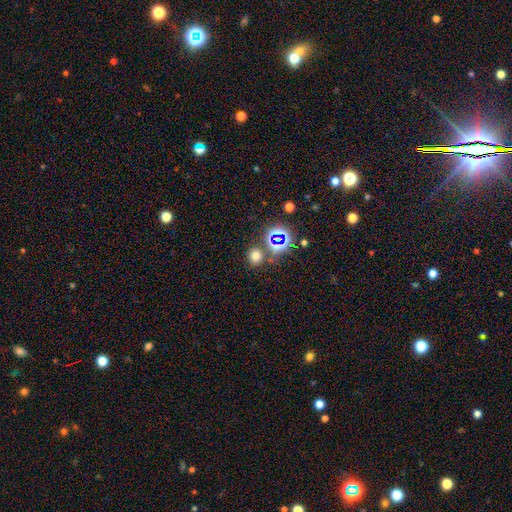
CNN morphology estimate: type=smooth (67%); roundness=round (80%); merging=none (76%).